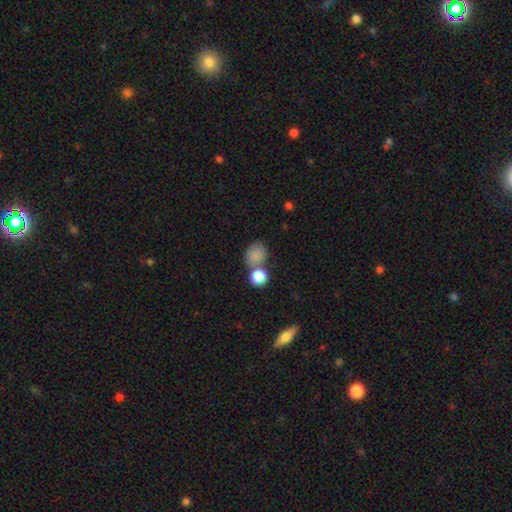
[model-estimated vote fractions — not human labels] Smooth or featured? smooth (82%)
How rounded? round (59%)
Merging? none (51%)